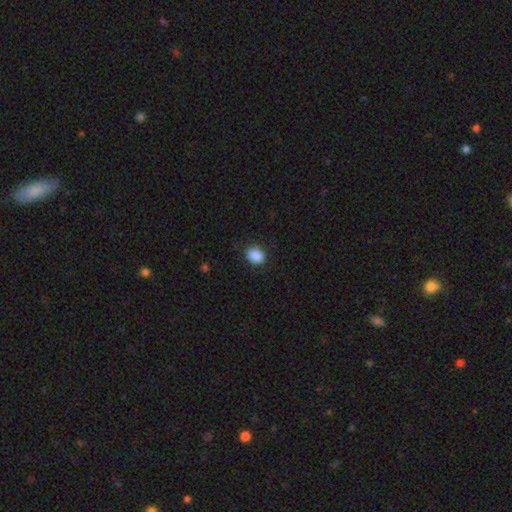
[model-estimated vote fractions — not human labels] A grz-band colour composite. It shows a smooth galaxy with no disk features (89%) that is in between round and cigar-shaped (52%). Merging: none (84%).